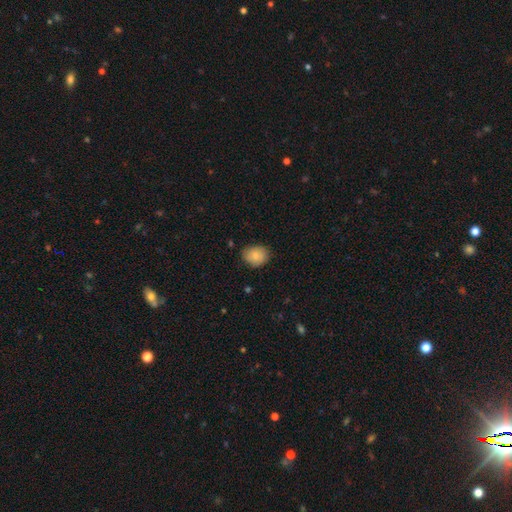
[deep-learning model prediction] Morphology: type=smooth (85%); roundness=round (52%); merging=none (78%).